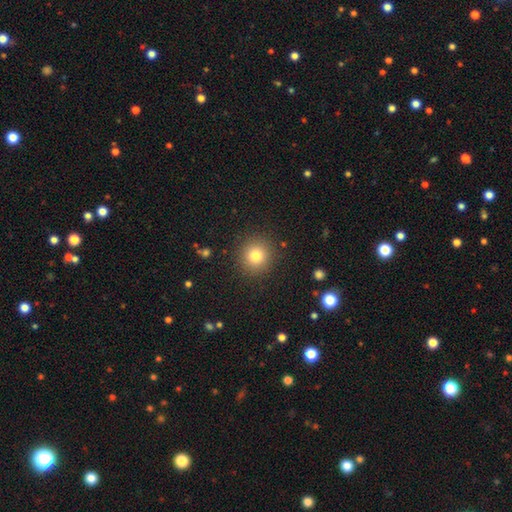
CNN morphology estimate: smooth 80%, star or artifact 13%, featured or disk 8%. Down the decision tree: how rounded — round (93%); merging — none (90%).